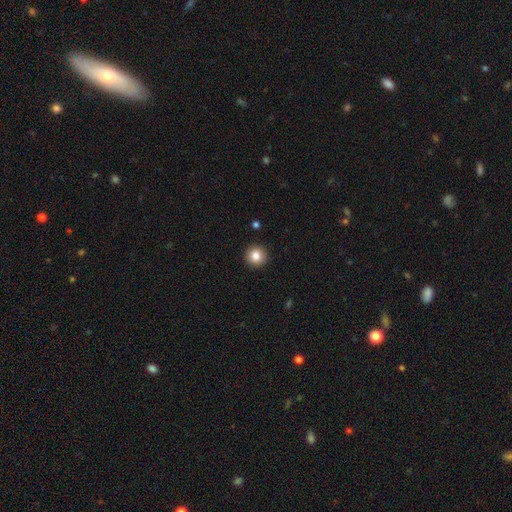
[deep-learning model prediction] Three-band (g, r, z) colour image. It shows a smooth galaxy with no disk features (84%) that is round (95%). Merging: none (93%).